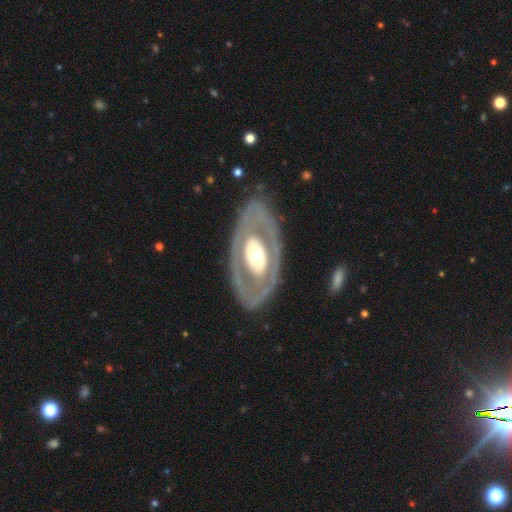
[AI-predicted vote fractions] Morphology: type=featured or disk (69%); edge-on=no (89%); bar=no (75%); spiral arms=no (79%); bulge=moderate (58%); merging=none (80%).